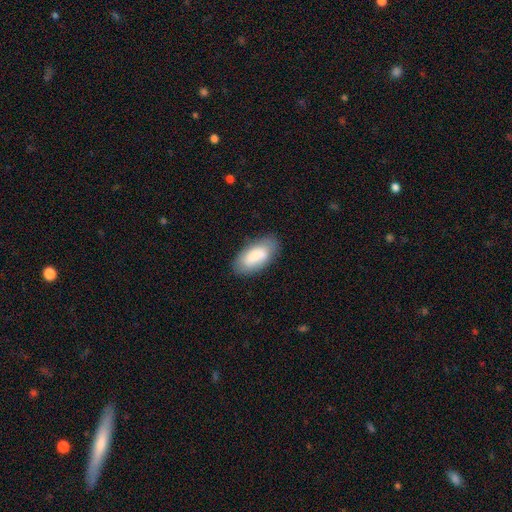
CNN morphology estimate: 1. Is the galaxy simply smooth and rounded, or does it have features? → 80% smooth, 14% featured or disk, 7% star or artifact.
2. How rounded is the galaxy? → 93% in between, 5% cigar-shaped, 2% round.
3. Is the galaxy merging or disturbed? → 77% none, 17% minor disturbance, 5% major disturbance, 2% merger.